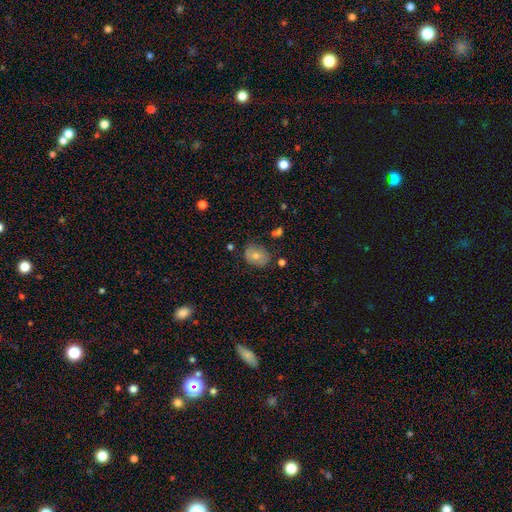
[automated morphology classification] Smooth or featured: smooth — 70% (featured or disk — 21%)
How rounded: in between — 57% (round — 42%)
Merging: none — 71% (minor disturbance — 21%)